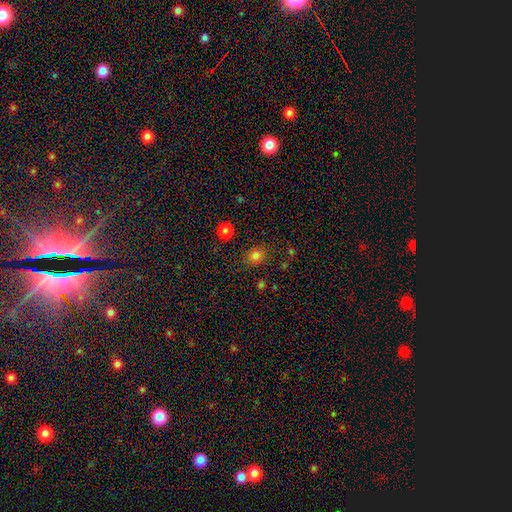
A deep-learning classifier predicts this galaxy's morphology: type=smooth (81%); roundness=round (68%); merging=none (84%).